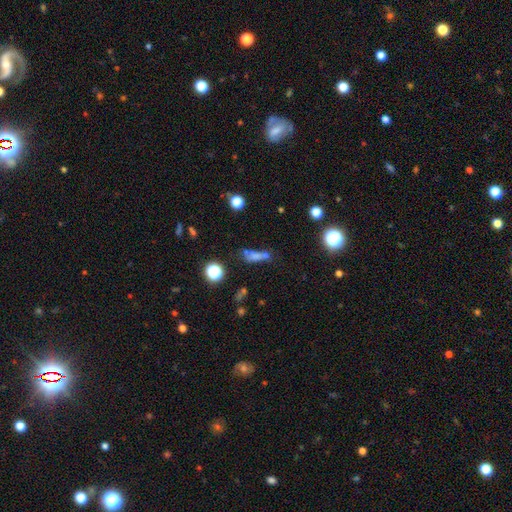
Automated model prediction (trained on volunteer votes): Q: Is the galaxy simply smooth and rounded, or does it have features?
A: smooth — 58%.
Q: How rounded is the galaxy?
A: in between — 51%.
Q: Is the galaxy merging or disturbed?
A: none — 36%.